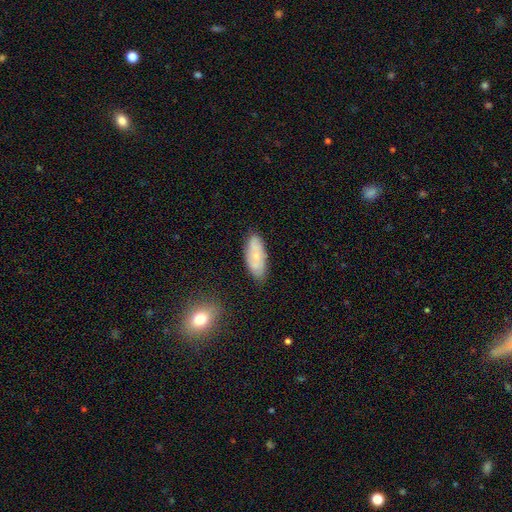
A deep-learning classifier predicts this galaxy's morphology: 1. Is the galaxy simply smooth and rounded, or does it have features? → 60% smooth, 32% featured or disk, 8% star or artifact.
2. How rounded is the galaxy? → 79% in between, 18% cigar-shaped, 3% round.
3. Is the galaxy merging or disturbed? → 79% none, 16% minor disturbance, 3% major disturbance, 2% merger.